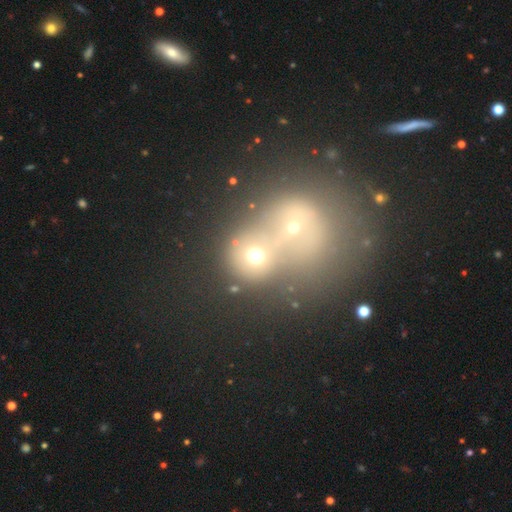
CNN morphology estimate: Smooth or featured: smooth — 62% (star or artifact — 21%)
How rounded: round — 79% (in between — 20%)
Merging: merger — 64% (none — 25%)